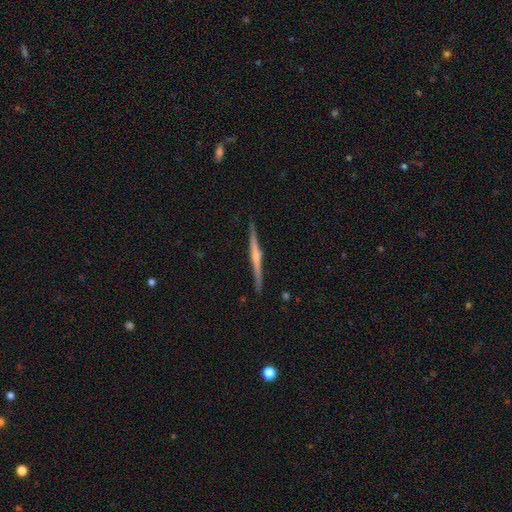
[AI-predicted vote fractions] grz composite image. It shows a featured or disk galaxy (78%) viewed edge-on (98%) with a rounded central bulge (69%). Merging: none (91%).